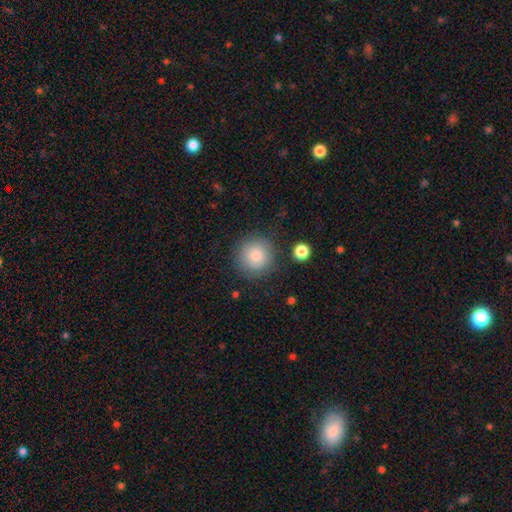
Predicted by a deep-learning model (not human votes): Smooth or featured?
  - smooth: 84% *
  - star or artifact: 9%
  - featured or disk: 7%
How rounded?
  - round: 95% *
  - in between: 4%
  - cigar-shaped: 1%
Merging?
  - none: 87% *
  - minor disturbance: 8%
  - major disturbance: 3%
  - merger: 2%